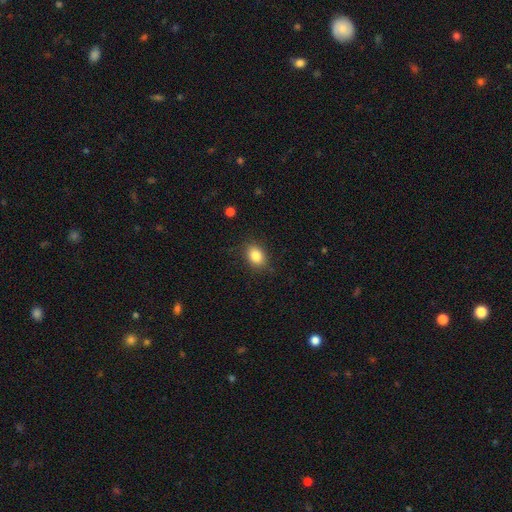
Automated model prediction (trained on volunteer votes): smooth-or-featured: smooth: 84% | star or artifact: 9% | featured or disk: 7%
  how-rounded: in between: 74% | round: 25% | cigar-shaped: 1%
  merging: none: 84% | minor disturbance: 11% | major disturbance: 3% | merger: 1%